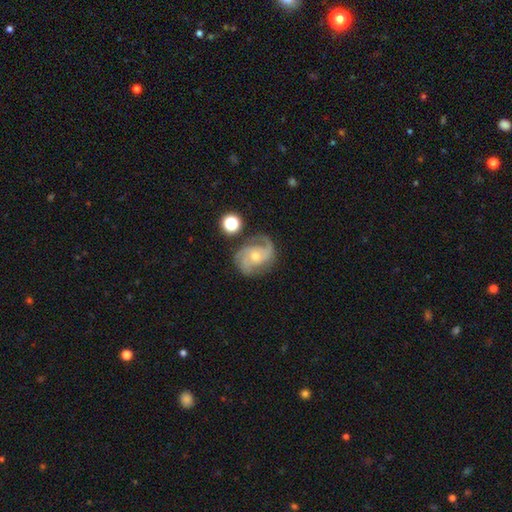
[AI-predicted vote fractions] Smooth or featured? featured or disk (85%)
Edge-on disk? no (98%)
Bar? no (65%)
Spiral arms? yes (97%)
Spiral winding? medium (49%)
Spiral arm count? 3 (39%)
Bulge size? small (50%)
Merging? none (71%)